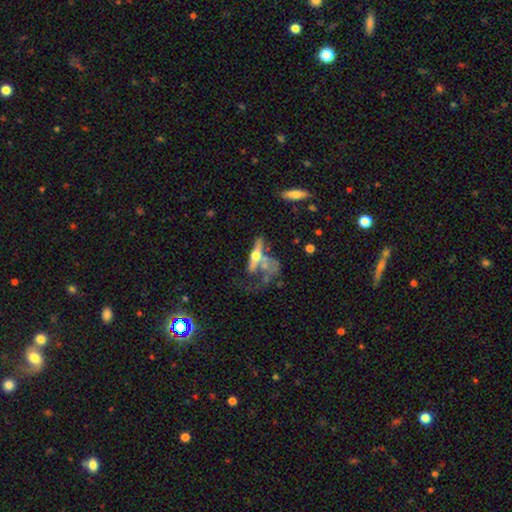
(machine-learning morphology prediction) smooth-or-featured: featured or disk: 57% | smooth: 34% | star or artifact: 9%
  disk-edge-on: yes: 56% | no: 44%
  merging: merger: 34% (tied) | major disturbance: 34% (tied) | none: 20% | minor disturbance: 12%